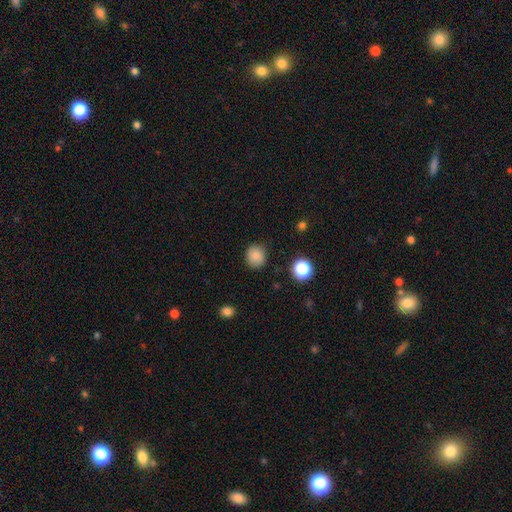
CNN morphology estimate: smooth_or_featured: smooth (p=0.83) [alt: star or artifact p=0.11]
how_rounded: round (p=0.86) [alt: in between p=0.13]
merging: none (p=0.86) [alt: minor disturbance p=0.10]